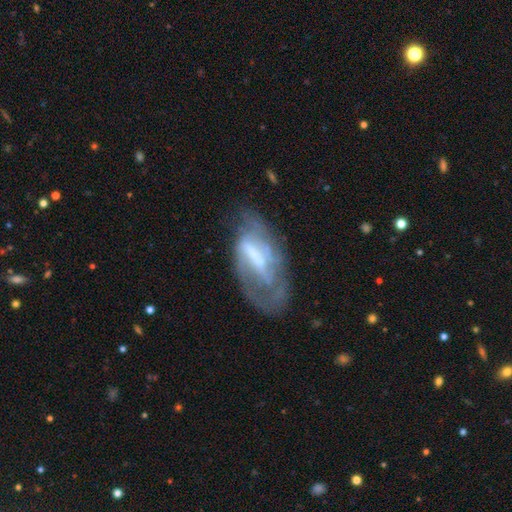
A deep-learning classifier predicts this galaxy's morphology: type=featured or disk (69%); edge-on=no (90%); bar=strong (50%); spiral arms=yes (57%); bulge=small (30%); merging=none (42%).